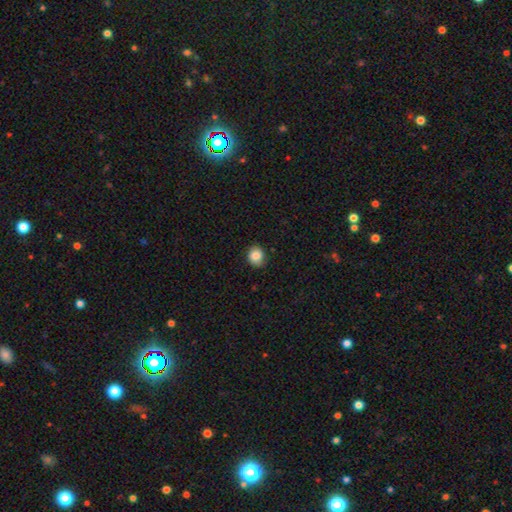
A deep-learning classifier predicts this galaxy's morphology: This is clearly a smooth galaxy (86%). How rounded: likely round (74%). Merging: clearly none (84%).